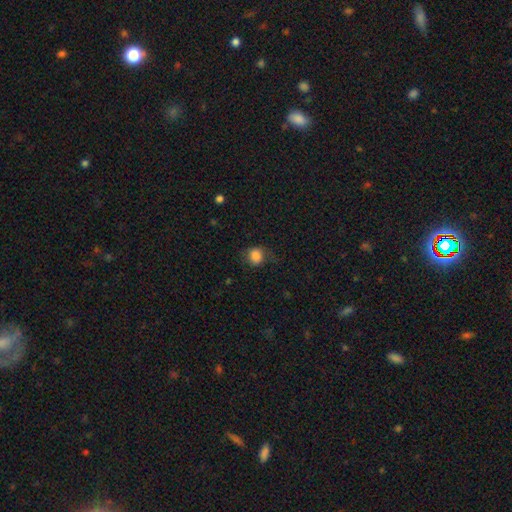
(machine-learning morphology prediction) Smooth or featured? smooth (84%)
How rounded? round (81%)
Merging? none (68%)